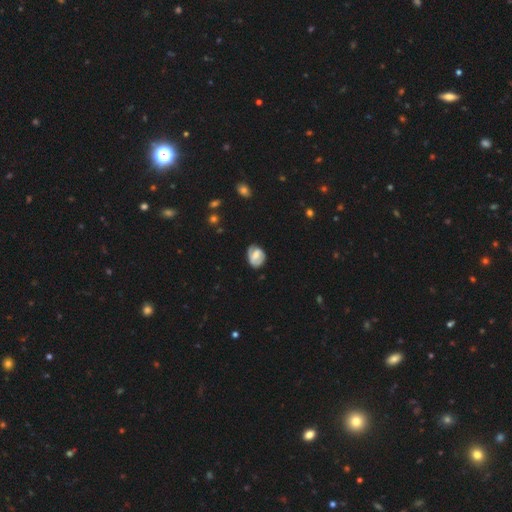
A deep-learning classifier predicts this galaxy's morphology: type=smooth (48%); merging=none (63%).